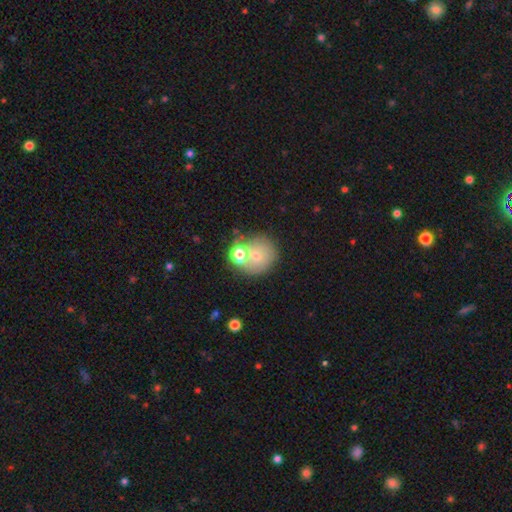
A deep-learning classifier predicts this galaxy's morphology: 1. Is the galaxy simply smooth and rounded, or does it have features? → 63% smooth, 24% featured or disk, 12% star or artifact.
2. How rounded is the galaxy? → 83% round, 16% in between, 1% cigar-shaped.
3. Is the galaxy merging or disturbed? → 49% none, 32% merger, 13% minor disturbance, 6% major disturbance.